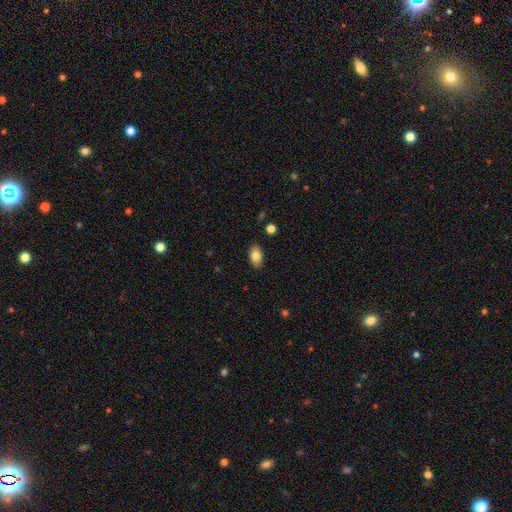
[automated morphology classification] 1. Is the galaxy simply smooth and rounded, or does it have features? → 81% smooth, 12% featured or disk, 7% star or artifact.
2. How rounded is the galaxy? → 92% in between, 5% round, 2% cigar-shaped.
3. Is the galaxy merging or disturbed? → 88% none, 9% minor disturbance, 2% major disturbance, 1% merger.